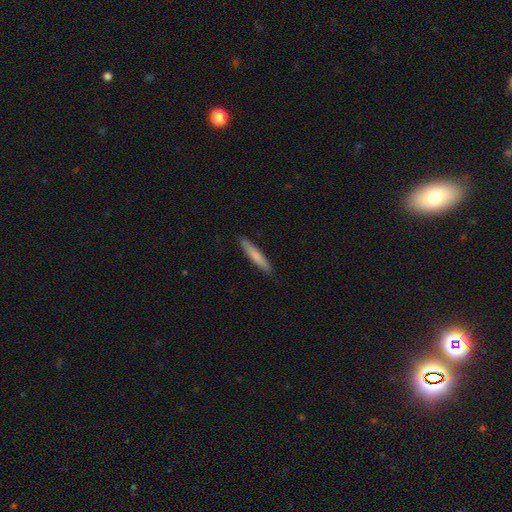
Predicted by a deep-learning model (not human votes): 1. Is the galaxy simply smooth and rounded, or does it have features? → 77% smooth, 18% featured or disk, 5% star or artifact.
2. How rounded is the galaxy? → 92% cigar-shaped, 7% in between, 1% round.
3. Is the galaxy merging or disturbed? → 90% none, 8% minor disturbance, 1% major disturbance, 1% merger.